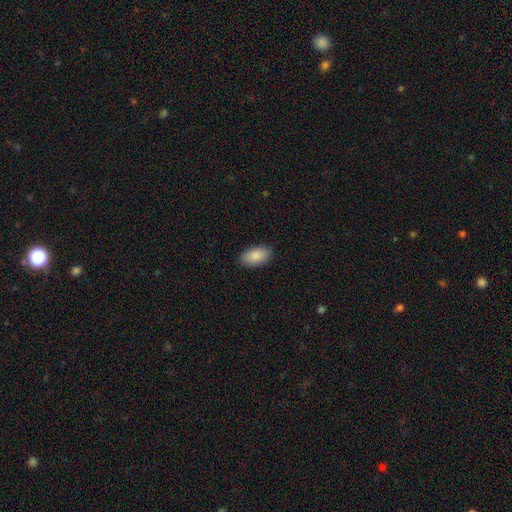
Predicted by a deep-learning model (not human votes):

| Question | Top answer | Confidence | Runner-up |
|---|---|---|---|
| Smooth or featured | smooth | 88% | star or artifact (6%) |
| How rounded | in between | 95% | round (3%) |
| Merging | none | 89% | minor disturbance (8%) |